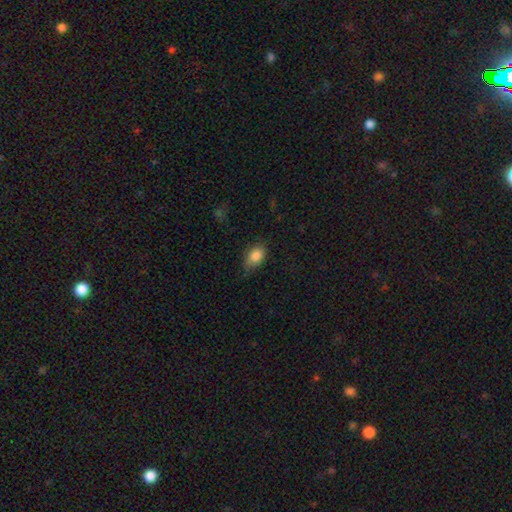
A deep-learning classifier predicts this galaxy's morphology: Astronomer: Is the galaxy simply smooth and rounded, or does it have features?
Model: smooth — 85%.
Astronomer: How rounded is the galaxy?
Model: in between — 84%.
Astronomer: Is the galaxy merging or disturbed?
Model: none — 68%.